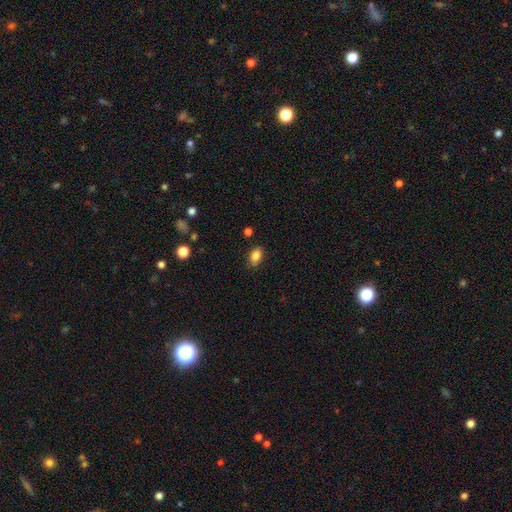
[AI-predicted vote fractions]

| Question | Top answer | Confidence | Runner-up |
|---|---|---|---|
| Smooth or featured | smooth | 85% | star or artifact (9%) |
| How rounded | in between | 87% | round (10%) |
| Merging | none | 84% | minor disturbance (12%) |